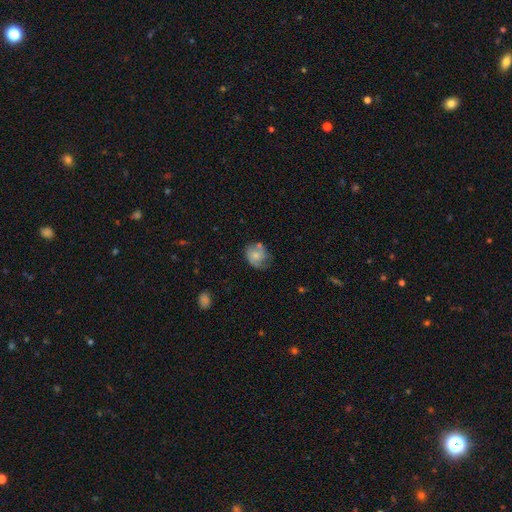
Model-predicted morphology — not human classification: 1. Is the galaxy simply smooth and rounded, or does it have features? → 59% smooth, 32% featured or disk, 8% star or artifact.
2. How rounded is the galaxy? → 60% round, 39% in between, 1% cigar-shaped.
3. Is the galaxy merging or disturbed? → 48% none, 30% minor disturbance, 13% major disturbance, 9% merger.